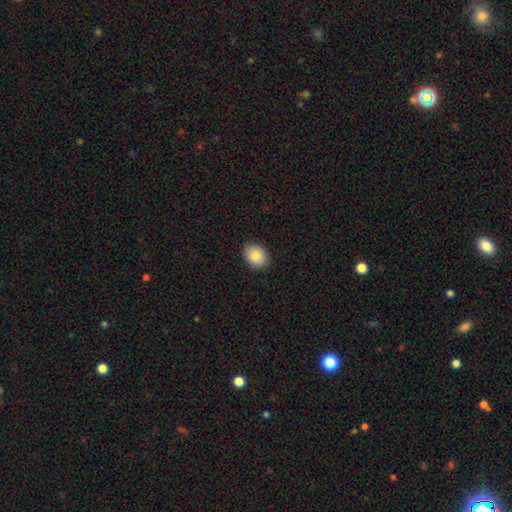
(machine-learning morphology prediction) smooth-or-featured: smooth: 85% | star or artifact: 8% | featured or disk: 7%
  how-rounded: in between: 60% | round: 39% | cigar-shaped: 1%
  merging: none: 89% | minor disturbance: 8% | major disturbance: 2% | merger: 1%